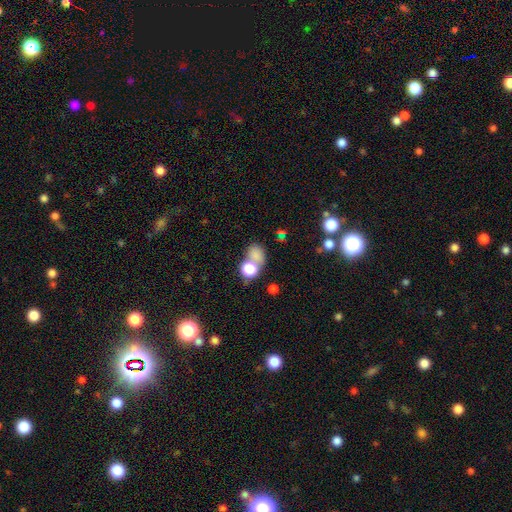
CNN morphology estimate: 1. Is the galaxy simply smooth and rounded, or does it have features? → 75% smooth, 15% star or artifact, 10% featured or disk.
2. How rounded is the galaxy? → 51% round, 47% in between, 2% cigar-shaped.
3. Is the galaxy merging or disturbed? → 42% merger, 39% none, 11% minor disturbance, 8% major disturbance.